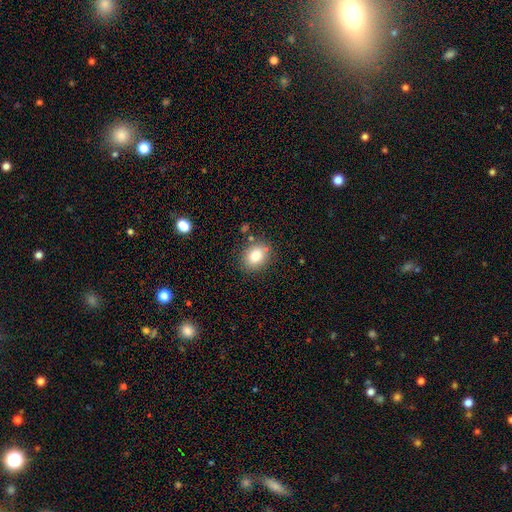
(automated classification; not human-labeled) smooth 79%, star or artifact 11%, featured or disk 10%. Down the decision tree: how rounded — round (56%); merging — none (83%).